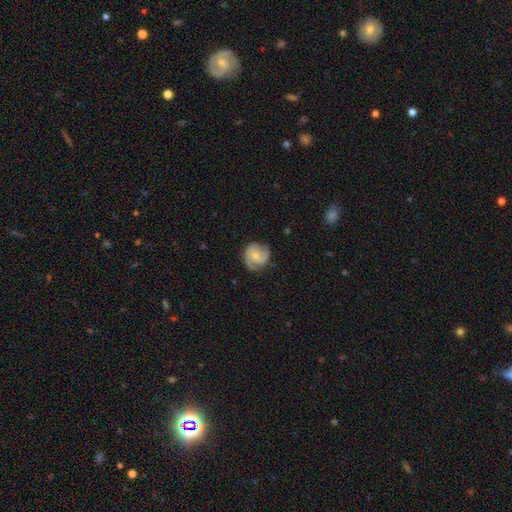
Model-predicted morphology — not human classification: A featured or disk galaxy (64%) with no bar (66%), 2 (68%) medium (45%) spiral arms (92%) and a small central bulge (58%).

Vote fractions:
- Smooth or featured? featured or disk: 64% / smooth: 29% / star or artifact: 7%
- Edge-on disk? no: 98% / yes: 2%
- Bar? no: 66% / weak: 29% / strong: 5%
- Spiral arms? yes: 92% / no: 8%
- Spiral winding? medium: 45% / tight: 38% / loose: 18%
- Spiral arm count? 2: 68% / can't tell: 12% / 3: 8% / 1: 8% / 4: 2% / more than 4: 2%
- Bulge size? small: 58% / moderate: 30% / none: 8% / large: 2% / dominant: 1%
- Merging? none: 69% / minor disturbance: 21% / major disturbance: 8% / merger: 1%